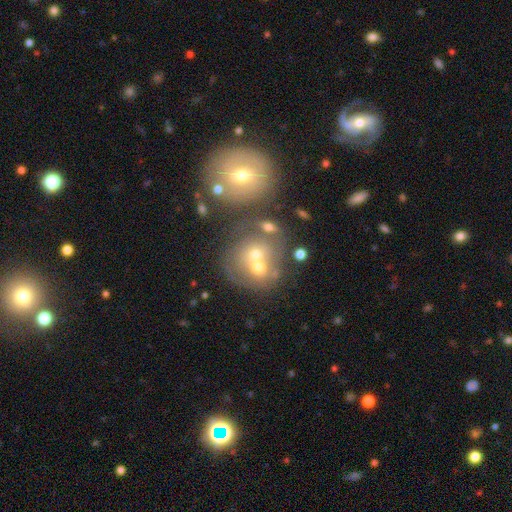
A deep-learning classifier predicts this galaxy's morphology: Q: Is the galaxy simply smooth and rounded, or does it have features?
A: smooth — 47%.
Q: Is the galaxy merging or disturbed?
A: merger — 53%.